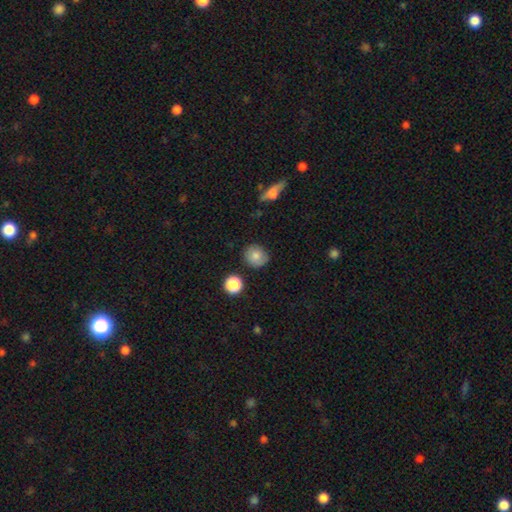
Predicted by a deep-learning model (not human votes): Overall: smooth (77%). How rounded: round (85%). Merging: none (82%).